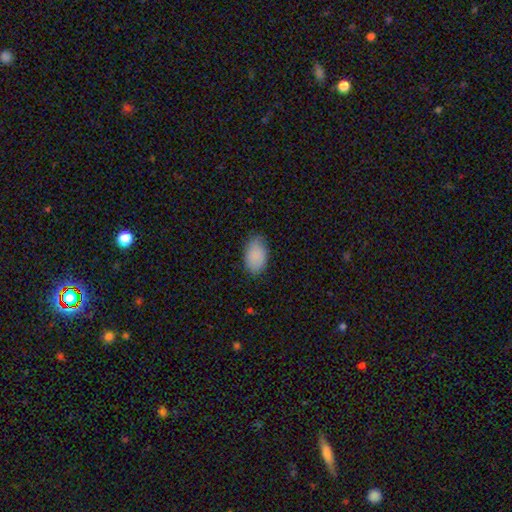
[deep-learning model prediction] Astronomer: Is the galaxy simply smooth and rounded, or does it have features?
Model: smooth — 88%.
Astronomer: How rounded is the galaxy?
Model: in between — 92%.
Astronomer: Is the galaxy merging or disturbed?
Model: none — 76%.